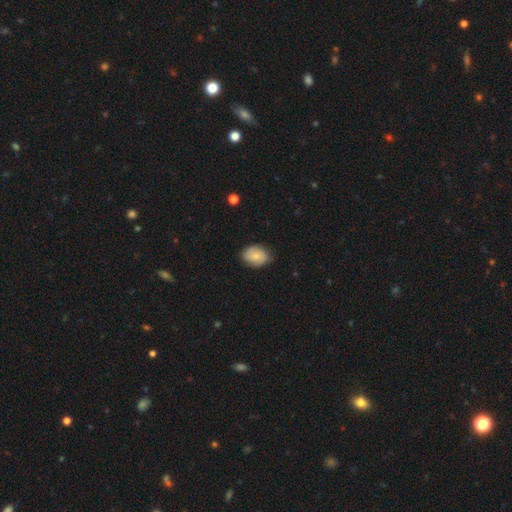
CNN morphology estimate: A smooth galaxy with no disk features (75%) that is in between round and cigar-shaped (74%). Merging: none (78%).